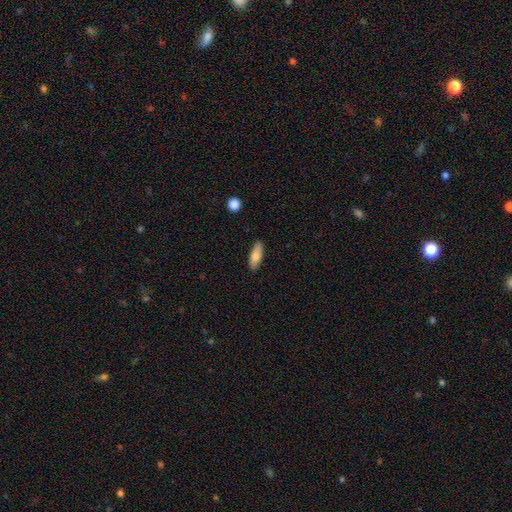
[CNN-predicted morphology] smooth 78%, featured or disk 15%, star or artifact 6%. Down the decision tree: how rounded — in between (65%); merging — none (85%).